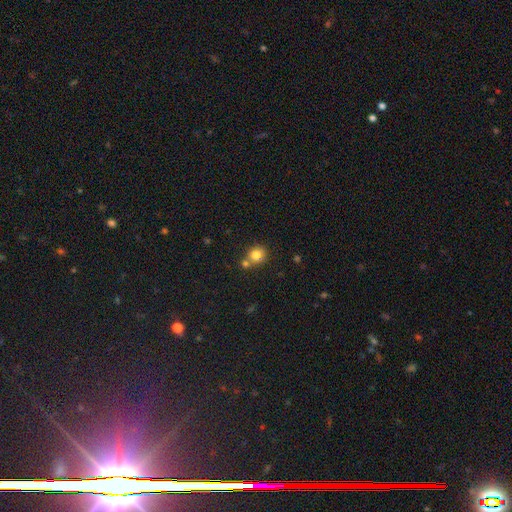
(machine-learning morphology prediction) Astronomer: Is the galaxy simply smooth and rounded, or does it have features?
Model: smooth — 80%.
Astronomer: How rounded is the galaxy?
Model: round — 80%.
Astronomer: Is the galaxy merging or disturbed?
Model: none — 55% (runner-up: merger, 33%).